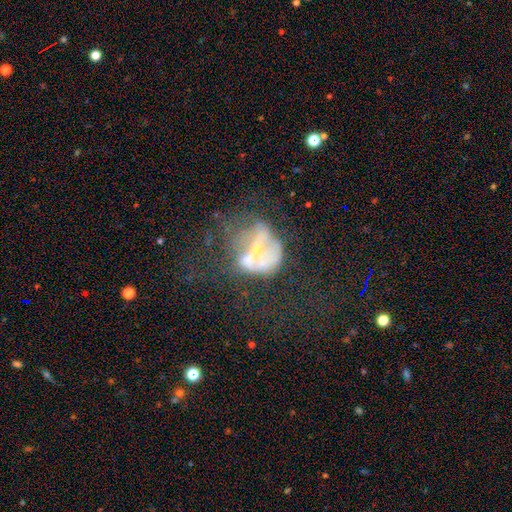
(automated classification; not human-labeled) Smooth or featured? featured or disk (58%)
Edge-on disk? no (97%)
Bar? no (80%)
Spiral arms? no (89%)
Bulge size? small (37%)
Merging? major disturbance (32%)